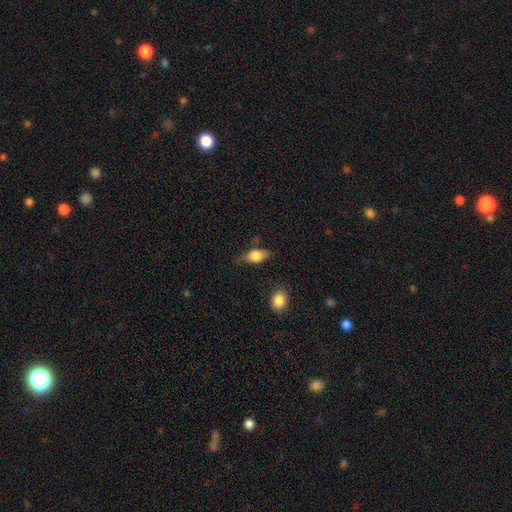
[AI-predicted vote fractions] A smooth galaxy with no disk features (71%) that is in between round and cigar-shaped (80%).

Vote fractions:
- Smooth or featured? smooth: 71% / featured or disk: 21% / star or artifact: 8%
- How rounded? in between: 80% / round: 11% / cigar-shaped: 8%
- Merging? none: 66% / minor disturbance: 24% / major disturbance: 7% / merger: 3%